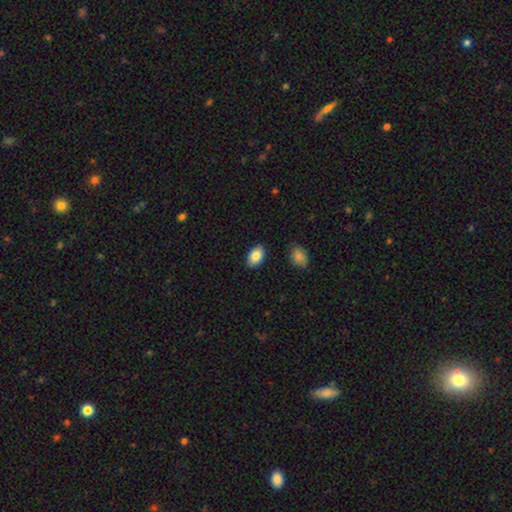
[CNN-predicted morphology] smooth_or_featured: smooth (p=0.86) [alt: star or artifact p=0.07]
how_rounded: in between (p=0.91) [alt: round p=0.07]
merging: none (p=0.88) [alt: minor disturbance p=0.08]